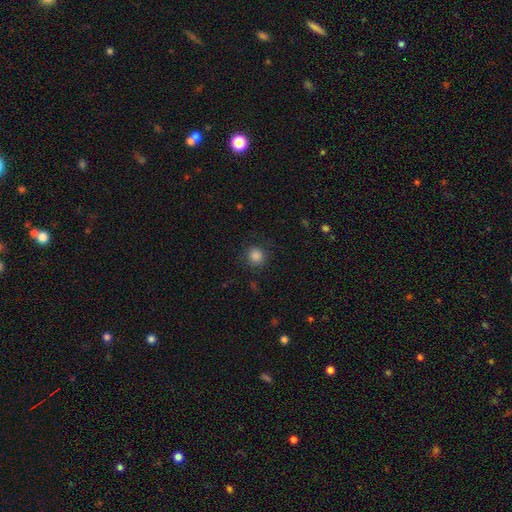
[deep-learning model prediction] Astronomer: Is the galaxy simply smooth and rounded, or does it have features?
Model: smooth — 86%.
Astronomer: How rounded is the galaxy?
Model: round — 90%.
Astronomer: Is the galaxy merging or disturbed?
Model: none — 85%.